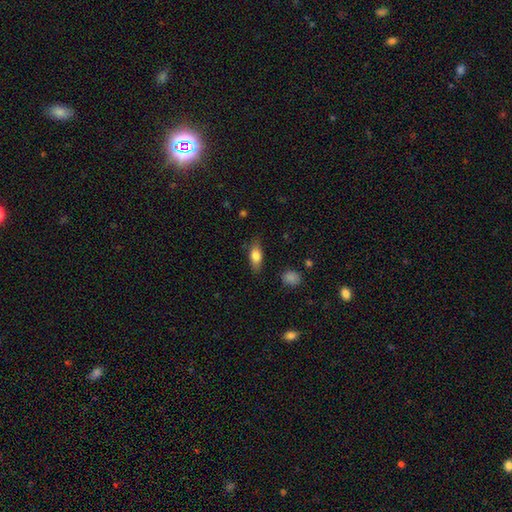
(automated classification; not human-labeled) A smooth galaxy with no disk features (76%) that is in between round and cigar-shaped (77%). Merging: none (80%).